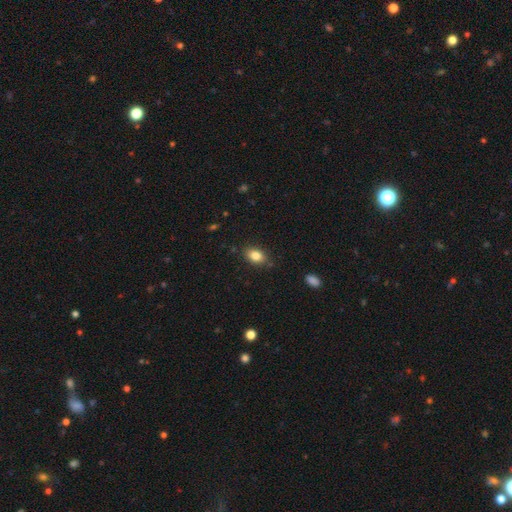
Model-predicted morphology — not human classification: type=smooth (84%); roundness=in between (83%); merging=none (83%).